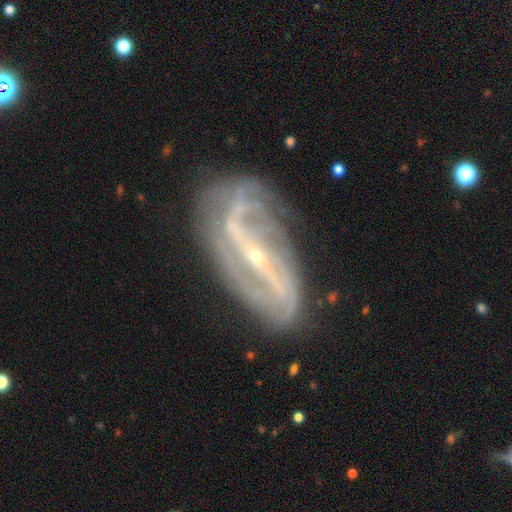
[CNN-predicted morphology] The model was most divided on "spiral winding": medium: 39%, loose: 34%, tight: 28%. More confident: spiral arms — yes (93%); edge-on disk — no (92%); smooth or featured — featured or disk (90%); bulge size — small (82%); merging — none (70%); spiral arm count — 2 (69%); bar — strong (66%).